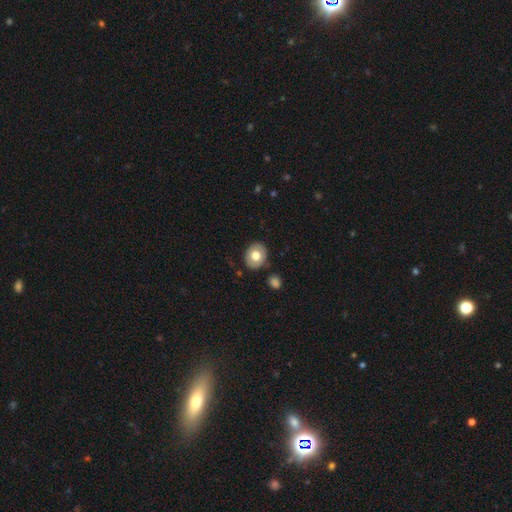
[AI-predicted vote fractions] The model was most divided on "how rounded": round: 60%, in between: 39%, cigar-shaped: 1%. More confident: merging — none (84%); smooth or featured — smooth (70%).